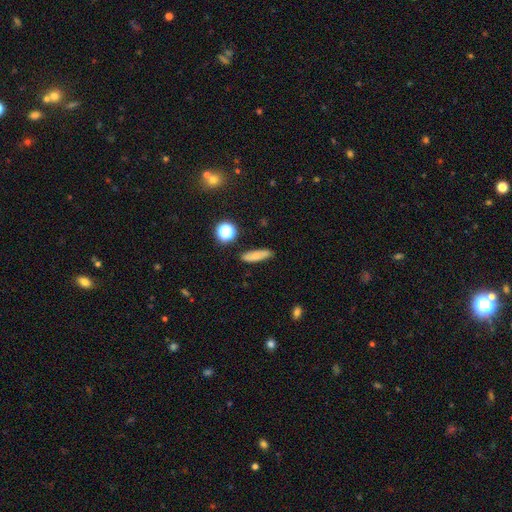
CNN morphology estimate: Smooth or featured?
  - smooth: 71% *
  - featured or disk: 18%
  - star or artifact: 11%
How rounded?
  - cigar-shaped: 54% *
  - in between: 40%
  - round: 6%
Merging?
  - none: 83% *
  - minor disturbance: 12%
  - major disturbance: 3%
  - merger: 2%